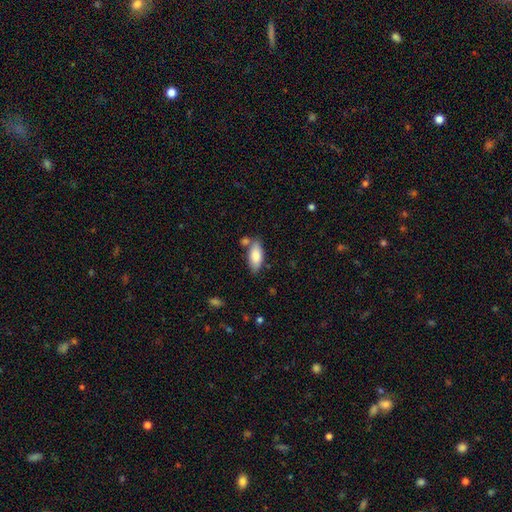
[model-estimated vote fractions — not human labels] Q: Smooth or featured?
A: smooth (81%); runner-up: featured or disk (13%)
Q: How rounded?
A: in between (83%); runner-up: cigar-shaped (14%)
Q: Merging?
A: none (71%); runner-up: minor disturbance (15%)